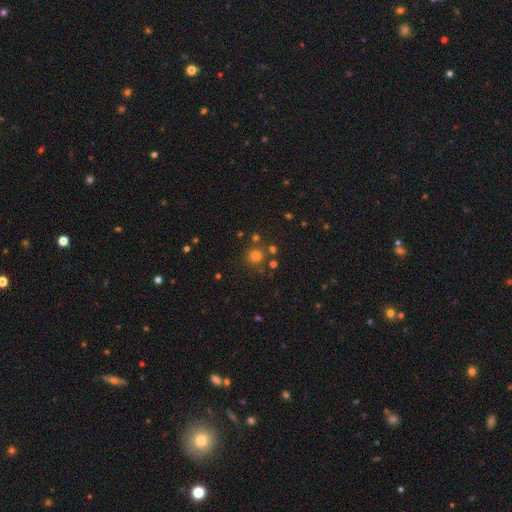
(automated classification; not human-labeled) Smooth or featured? Predicted: smooth (p=0.73). How rounded? Predicted: round (p=0.87). Merging? Predicted: none (p=0.77).